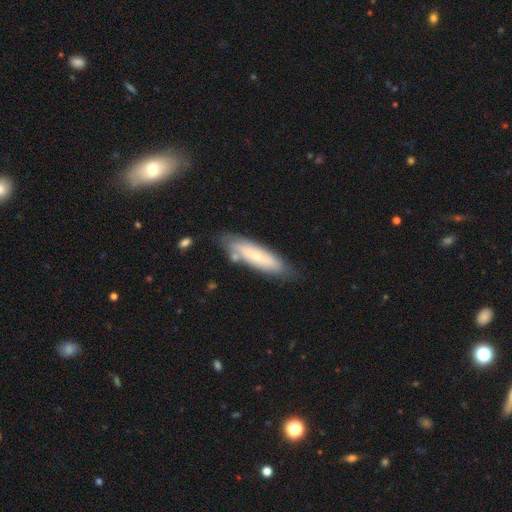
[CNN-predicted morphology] This is possibly a smooth galaxy (49%). Merging: likely none (72%).